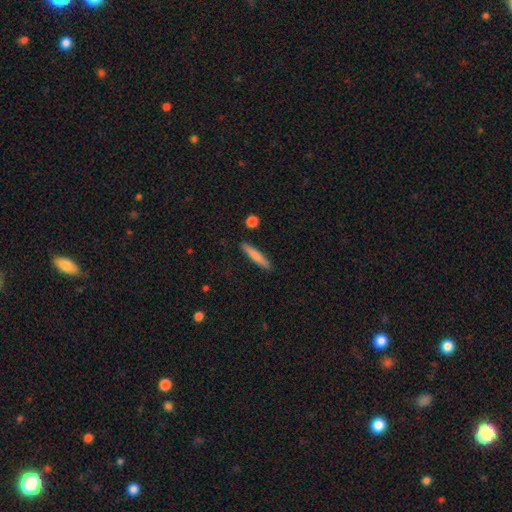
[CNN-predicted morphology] smooth-or-featured: smooth: 77% | featured or disk: 18% | star or artifact: 6%
  how-rounded: cigar-shaped: 91% | in between: 8% | round: 1%
  merging: none: 88% | minor disturbance: 8% | merger: 2% | major disturbance: 2%